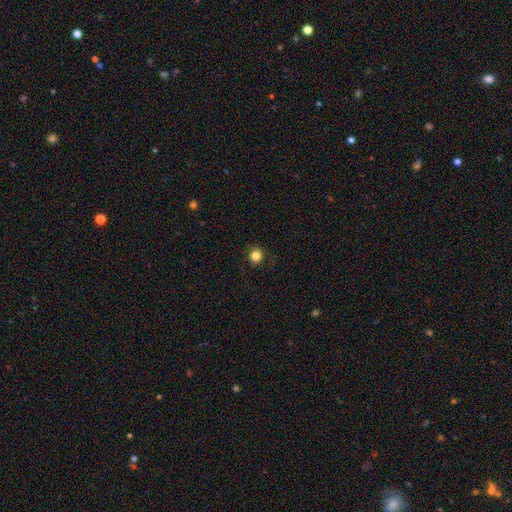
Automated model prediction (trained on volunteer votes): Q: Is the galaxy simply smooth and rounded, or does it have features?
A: smooth — 84%.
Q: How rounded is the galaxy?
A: round — 91%.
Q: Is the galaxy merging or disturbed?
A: none — 91%.